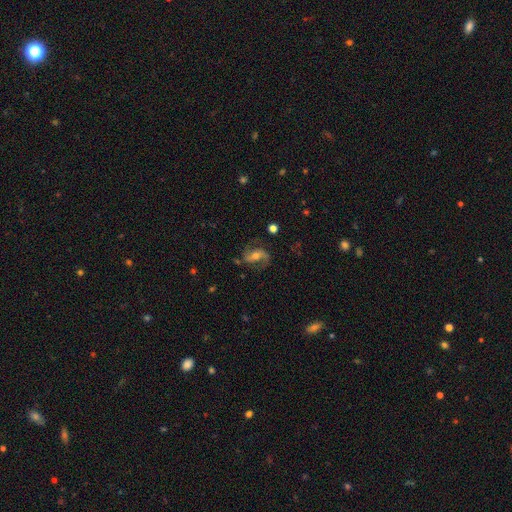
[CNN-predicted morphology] Q: Smooth or featured?
A: featured or disk (80%); runner-up: smooth (12%)
Q: Edge-on disk?
A: no (96%); runner-up: yes (4%)
Q: Bar?
A: weak (36%); runner-up: no (32%)
Q: Spiral arms?
A: yes (95%); runner-up: no (5%)
Q: Spiral winding?
A: medium (45%); runner-up: loose (41%)
Q: Spiral arm count?
A: 2 (90%); runner-up: can't tell (3%)
Q: Bulge size?
A: moderate (56%); runner-up: small (37%)
Q: Merging?
A: none (73%); runner-up: minor disturbance (16%)